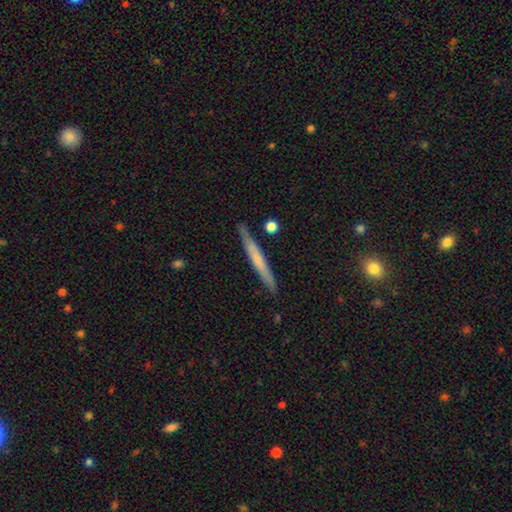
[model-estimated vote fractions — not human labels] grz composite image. It shows a smooth galaxy with no disk features (49%). Merging: none (87%).